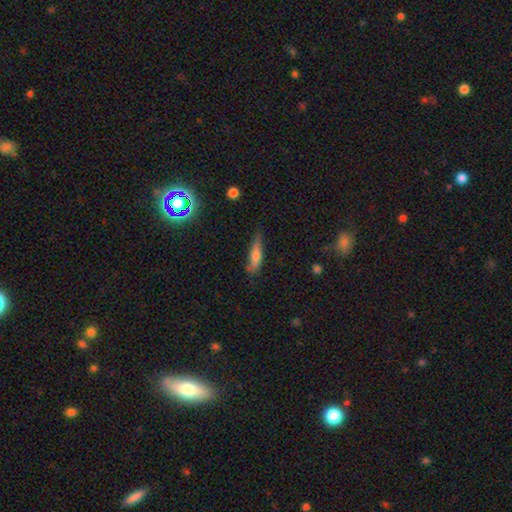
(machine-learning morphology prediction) Smooth or featured? Predicted: smooth (p=0.60). How rounded? Predicted: cigar-shaped (p=0.73). Merging? Predicted: none (p=0.68).